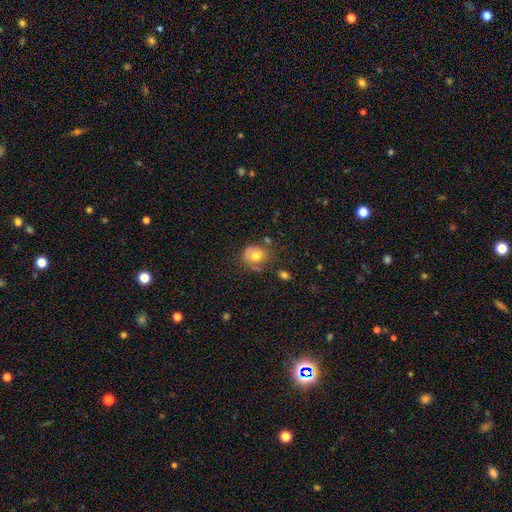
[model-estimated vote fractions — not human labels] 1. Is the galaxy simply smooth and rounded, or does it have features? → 53% smooth, 38% featured or disk, 9% star or artifact.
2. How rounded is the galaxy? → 61% round, 38% in between, 1% cigar-shaped.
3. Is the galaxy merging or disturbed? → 47% none, 27% minor disturbance, 18% major disturbance, 8% merger.